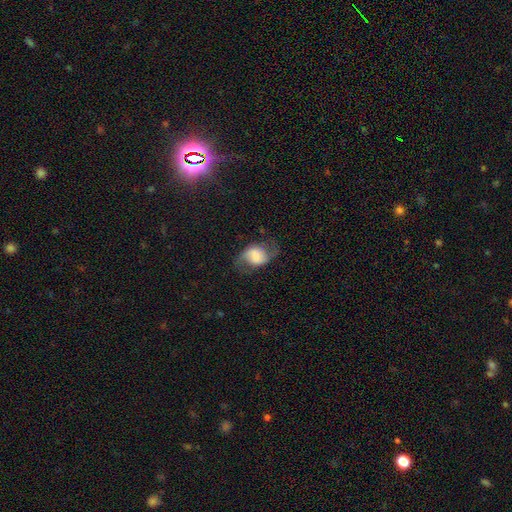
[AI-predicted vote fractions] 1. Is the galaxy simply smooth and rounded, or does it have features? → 56% featured or disk, 35% smooth, 9% star or artifact.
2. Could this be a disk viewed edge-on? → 96% no, 4% yes.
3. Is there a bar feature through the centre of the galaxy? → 42% weak, 37% no, 21% strong.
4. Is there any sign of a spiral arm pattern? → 86% yes, 14% no.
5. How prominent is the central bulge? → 24% large, 23% small, 22% none, 20% moderate, 11% dominant.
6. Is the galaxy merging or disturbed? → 62% none, 21% minor disturbance, 16% major disturbance, 2% merger.